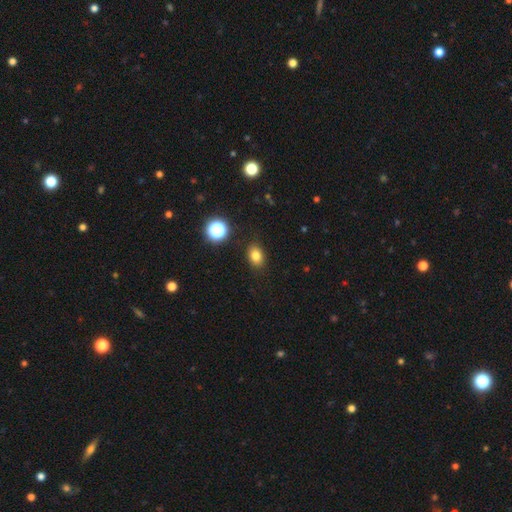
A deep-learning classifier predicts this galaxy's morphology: This is likely a smooth galaxy (80%). How rounded: likely in between (71%). Merging: clearly none (87%).